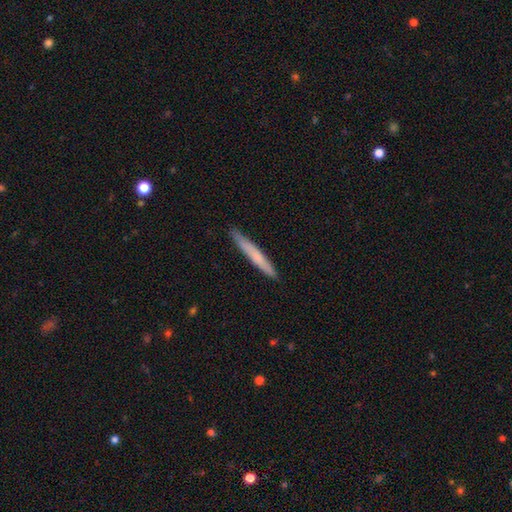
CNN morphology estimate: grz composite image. It shows a smooth galaxy with no disk features (64%) that is cigar-shaped (97%). Merging: none (89%).